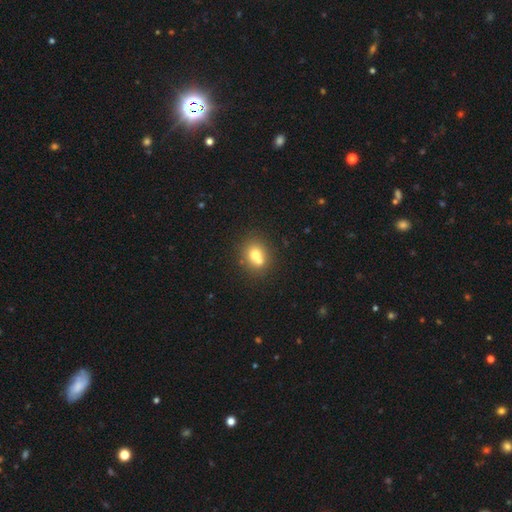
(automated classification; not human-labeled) Smooth or featured: smooth — 69% (featured or disk — 19%)
How rounded: round — 66% (in between — 33%)
Merging: none — 45% (merger — 41%)